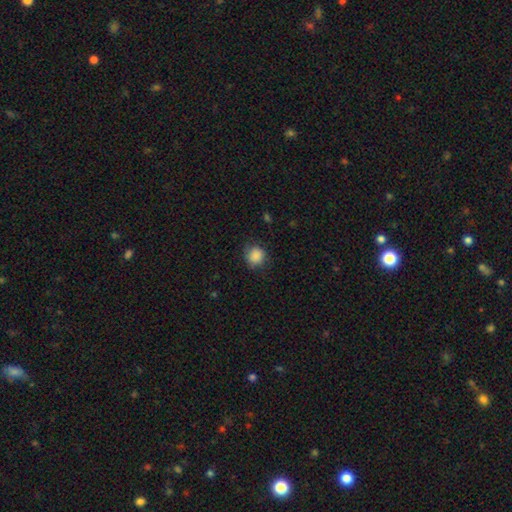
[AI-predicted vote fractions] This is clearly a smooth galaxy (87%). How rounded: clearly round (87%). Merging: likely none (77%).